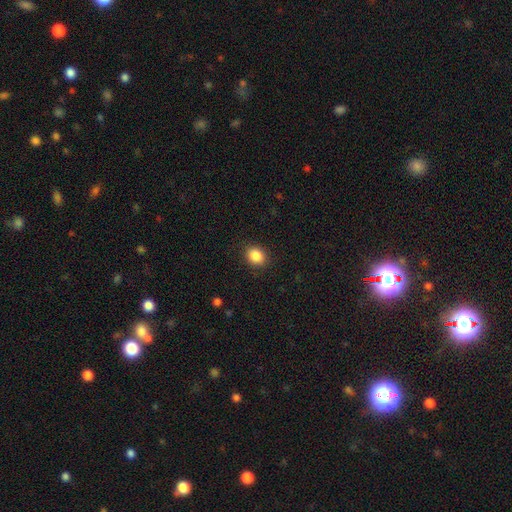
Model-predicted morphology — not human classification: smooth-or-featured: smooth: 87% | star or artifact: 9% | featured or disk: 4%
  how-rounded: round: 54% | in between: 45% | cigar-shaped: 1%
  merging: none: 88% | minor disturbance: 8% | major disturbance: 3% | merger: 1%